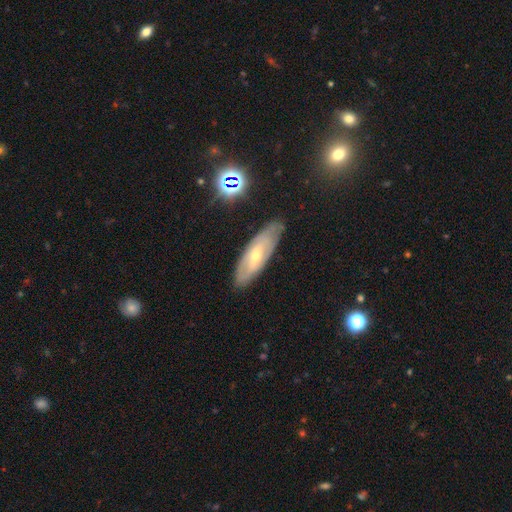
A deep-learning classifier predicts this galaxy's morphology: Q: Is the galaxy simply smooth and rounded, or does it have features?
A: featured or disk — 66%.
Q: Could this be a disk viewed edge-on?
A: no — 77%.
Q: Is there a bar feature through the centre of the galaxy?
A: weak — 41%.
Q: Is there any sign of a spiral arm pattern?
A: yes — 64%.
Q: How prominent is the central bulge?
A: small — 57%.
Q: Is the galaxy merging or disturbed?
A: none — 79%.